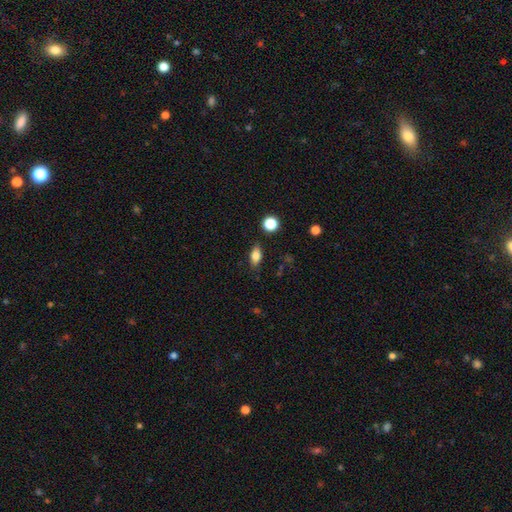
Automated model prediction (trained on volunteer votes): This appears to be a smooth galaxy with no disk features (82%) that is in between round and cigar-shaped (83%). Merging: none (82%).